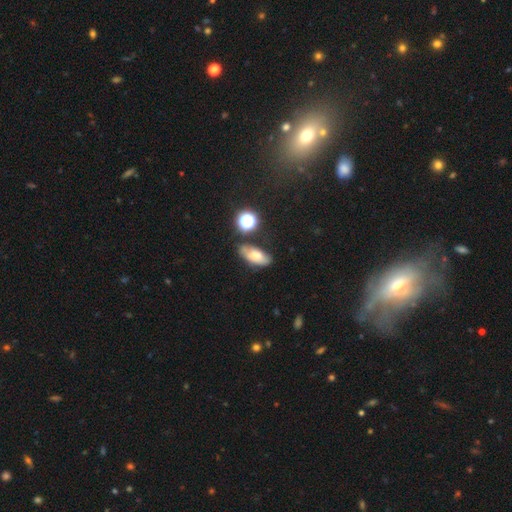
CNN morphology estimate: Smooth or featured: smooth — 63% (featured or disk — 24%)
How rounded: in between — 84% (cigar-shaped — 10%)
Merging: none — 62% (minor disturbance — 24%)